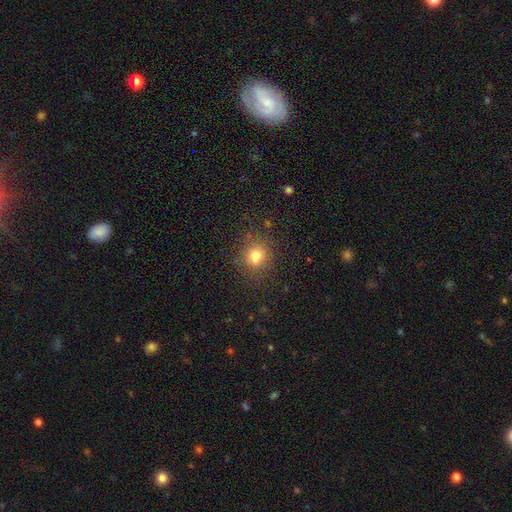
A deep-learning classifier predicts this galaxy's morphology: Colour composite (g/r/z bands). It shows a smooth galaxy with no disk features (76%) that is round (79%). Merging: none (77%).